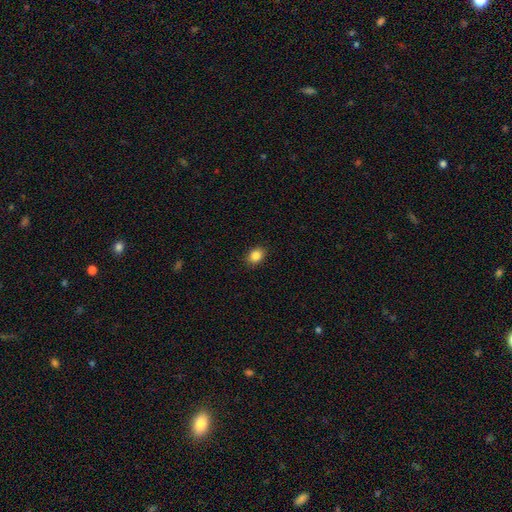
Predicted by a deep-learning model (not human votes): A smooth galaxy with no disk features (86%) that is in between round and cigar-shaped (58%).

Vote fractions:
- Smooth or featured? smooth: 86% / star or artifact: 10% / featured or disk: 5%
- How rounded? in between: 58% / round: 41% / cigar-shaped: 1%
- Merging? none: 89% / minor disturbance: 8% / major disturbance: 2% / merger: 1%